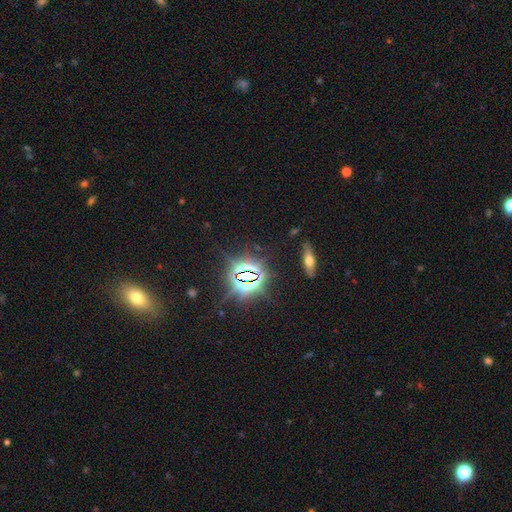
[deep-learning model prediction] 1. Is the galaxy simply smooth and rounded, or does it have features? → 74% star or artifact, 15% smooth, 11% featured or disk.